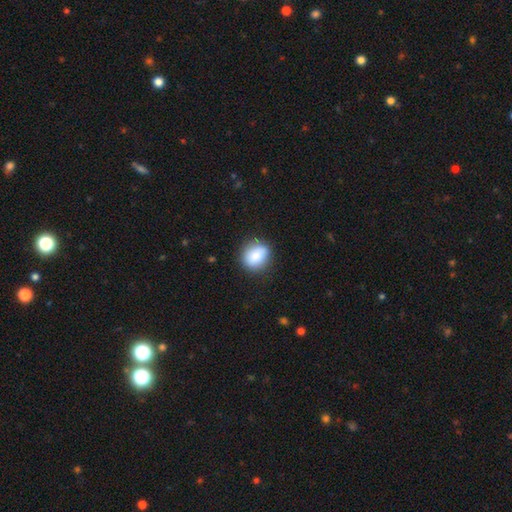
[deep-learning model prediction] A smooth galaxy with no disk features (85%) that is round (60%). Merging: none (81%).